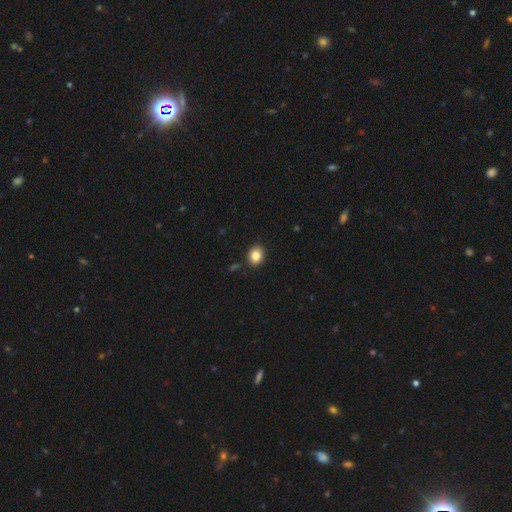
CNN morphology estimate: smooth-or-featured: smooth: 85% | star or artifact: 9% | featured or disk: 6%
  how-rounded: round: 50% | in between: 49% | cigar-shaped: 1%
  merging: none: 88% | minor disturbance: 8% | merger: 2% | major disturbance: 2%